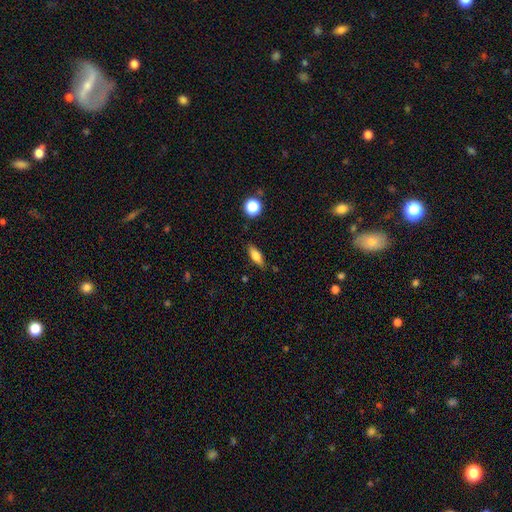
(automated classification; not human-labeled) A smooth galaxy with no disk features (74%) that is in between round and cigar-shaped (64%). Merging: none (82%).